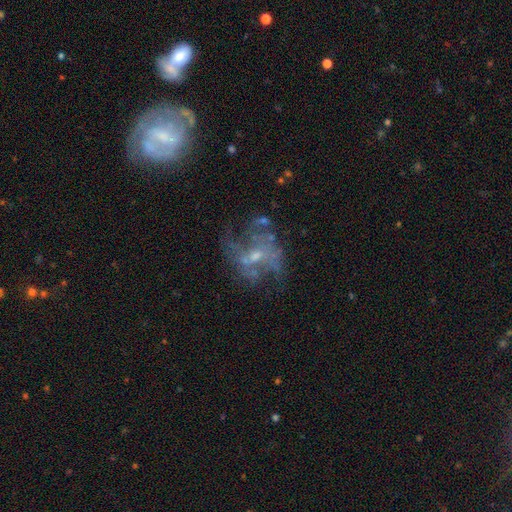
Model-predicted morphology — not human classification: Smooth or featured? featured or disk (68%)
Edge-on disk? no (96%)
Bar? no (56%)
Spiral arms? yes (59%)
Bulge size? small (55%)
Merging? none (50%)